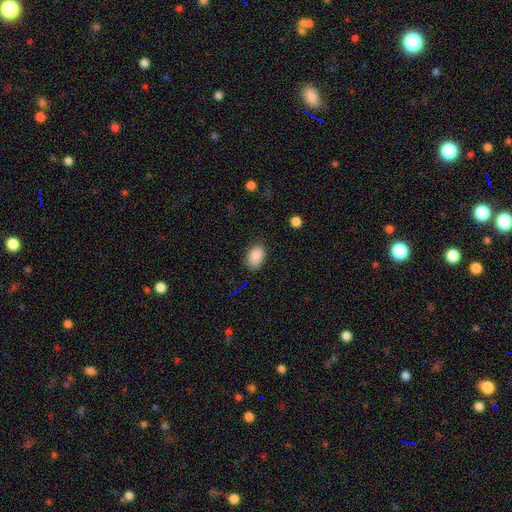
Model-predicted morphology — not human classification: The model was most divided on "merging": none: 76%, minor disturbance: 18%, major disturbance: 4%, merger: 1%. More confident: smooth or featured — smooth (87%); how rounded — in between (83%).